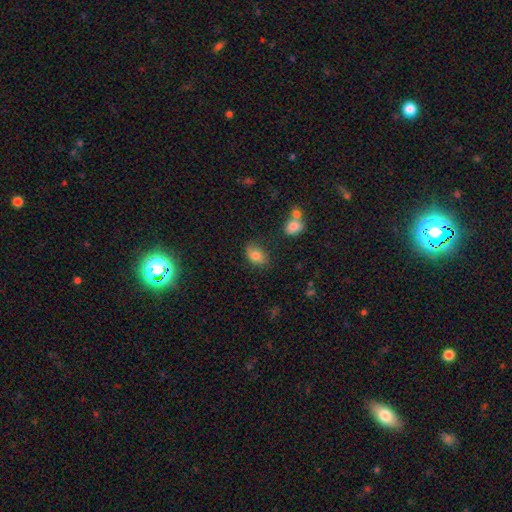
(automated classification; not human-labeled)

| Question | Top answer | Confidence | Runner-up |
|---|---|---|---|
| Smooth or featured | smooth | 81% | featured or disk (10%) |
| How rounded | in between | 82% | round (17%) |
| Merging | none | 67% | minor disturbance (23%) |